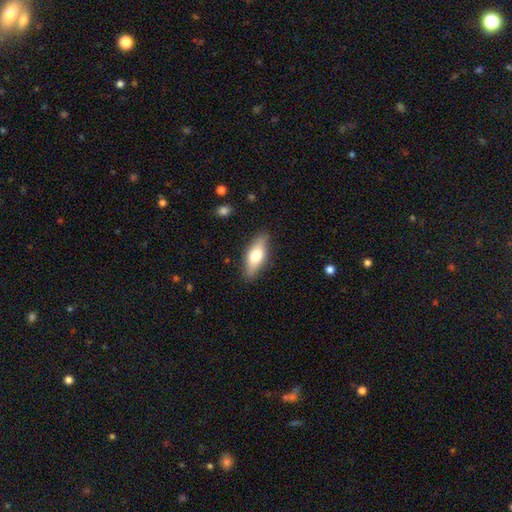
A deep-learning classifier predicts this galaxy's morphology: The model was most divided on "smooth or featured": smooth: 67%, featured or disk: 27%, star or artifact: 6%. More confident: merging — none (86%); how rounded — in between (70%).